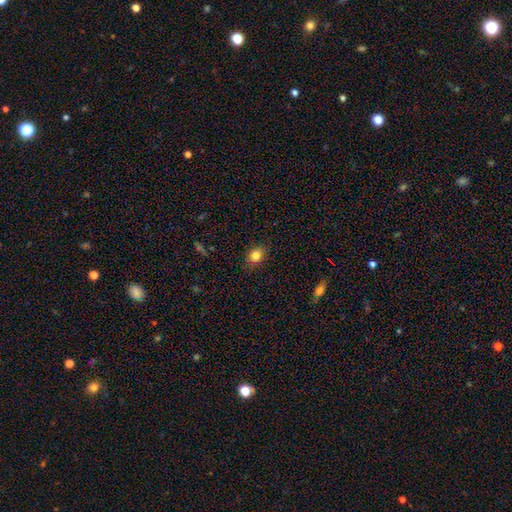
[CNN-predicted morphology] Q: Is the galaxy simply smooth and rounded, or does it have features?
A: smooth — 78%.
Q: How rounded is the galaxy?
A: in between — 65%.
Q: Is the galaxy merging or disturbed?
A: none — 71%.